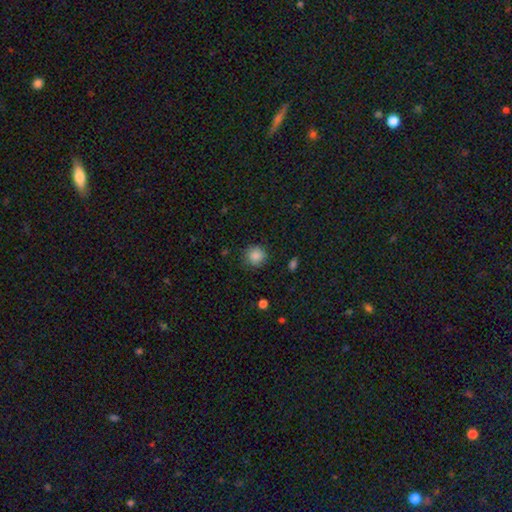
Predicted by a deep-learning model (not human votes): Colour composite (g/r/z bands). It shows a smooth galaxy with no disk features (86%) that is round (91%). Merging: none (84%).